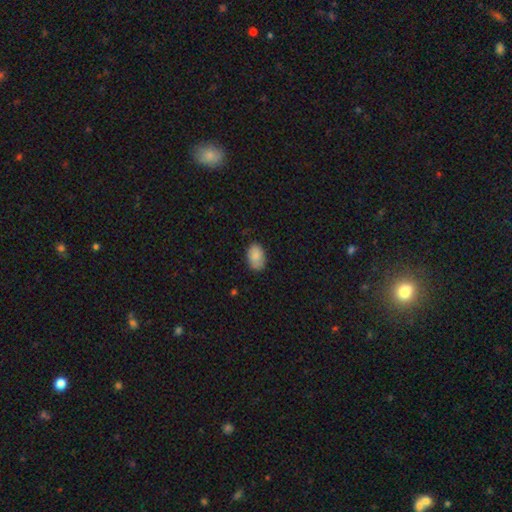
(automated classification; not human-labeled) Smooth or featured? smooth (83%)
How rounded? in between (88%)
Merging? none (75%)